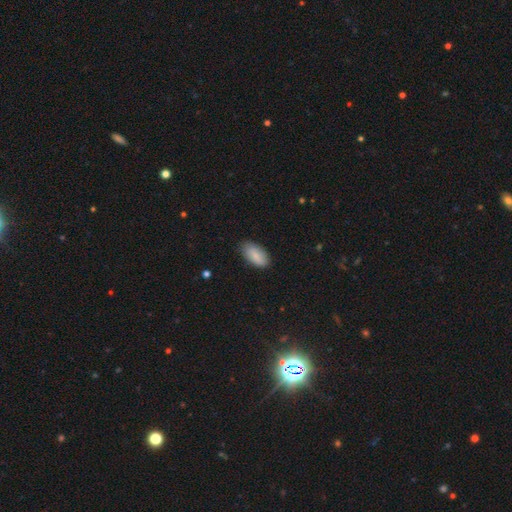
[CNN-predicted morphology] Overall: smooth (85%). How rounded: in between (93%). Merging: none (81%).